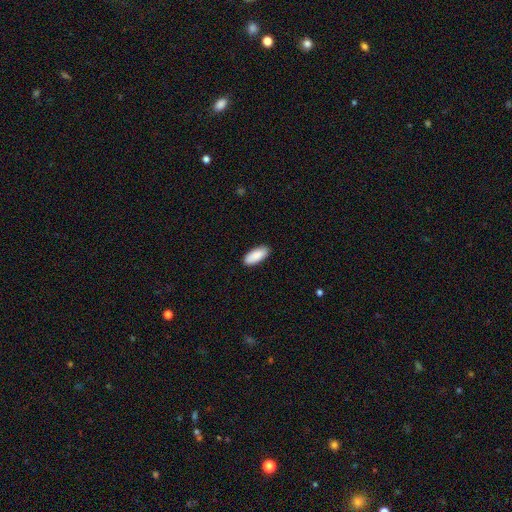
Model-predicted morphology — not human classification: This appears to be a smooth galaxy with no disk features (90%) that is in between round and cigar-shaped (86%). Merging: none (89%).